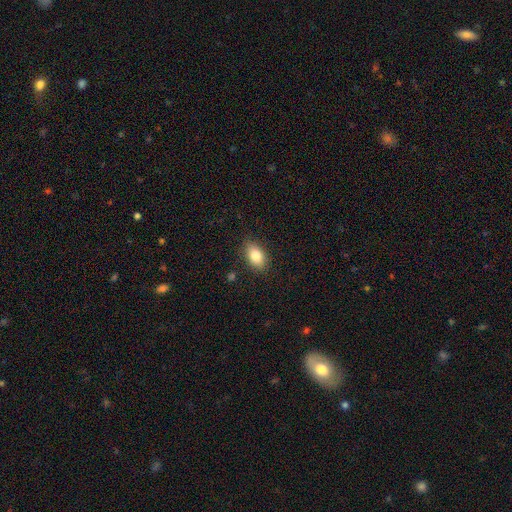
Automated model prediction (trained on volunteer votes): A smooth galaxy with no disk features (83%) that is in between round and cigar-shaped (87%).

Vote fractions:
- Smooth or featured? smooth: 83% / featured or disk: 9% / star or artifact: 8%
- How rounded? in between: 87% / round: 10% / cigar-shaped: 2%
- Merging? none: 85% / minor disturbance: 11% / major disturbance: 3% / merger: 1%